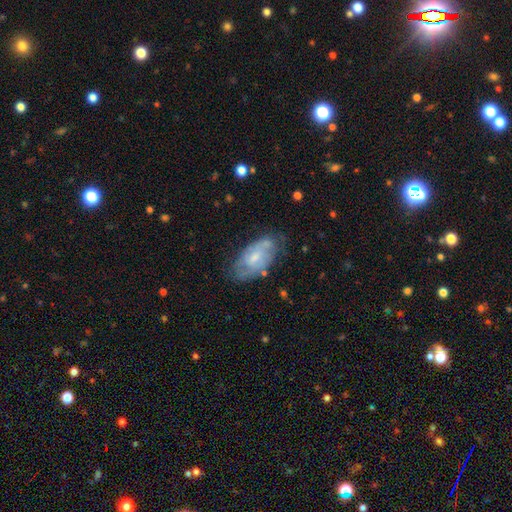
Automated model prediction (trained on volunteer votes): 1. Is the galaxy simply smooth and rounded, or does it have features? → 61% featured or disk, 33% smooth, 7% star or artifact.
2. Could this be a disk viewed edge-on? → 93% no, 7% yes.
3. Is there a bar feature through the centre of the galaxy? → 49% no, 43% weak, 8% strong.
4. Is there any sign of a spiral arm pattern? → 73% yes, 27% no.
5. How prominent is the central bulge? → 49% small, 38% moderate, 9% none, 3% large, 1% dominant.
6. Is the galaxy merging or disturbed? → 64% none, 25% minor disturbance, 8% major disturbance, 2% merger.